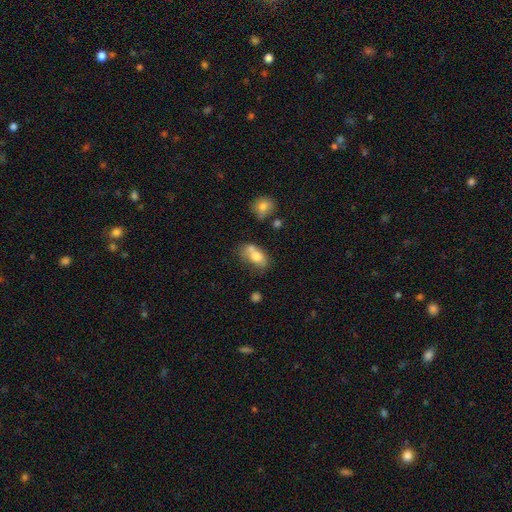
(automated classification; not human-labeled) Q: Smooth or featured?
A: smooth (71%); runner-up: featured or disk (20%)
Q: How rounded?
A: in between (81%); runner-up: round (16%)
Q: Merging?
A: merger (40%); runner-up: none (29%)